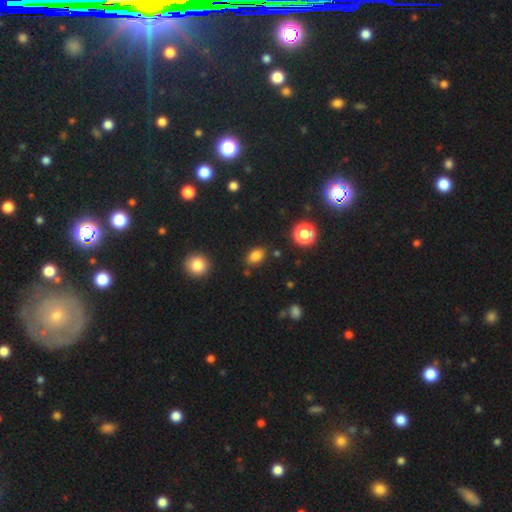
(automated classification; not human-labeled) Smooth or featured? Predicted: smooth (p=0.84). How rounded? Predicted: in between (p=0.80). Merging? Predicted: none (p=0.84).